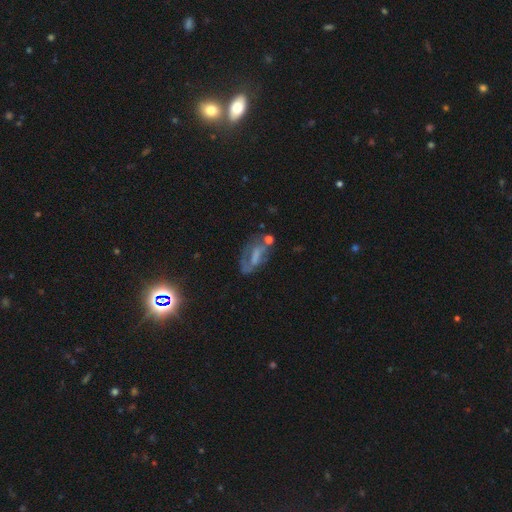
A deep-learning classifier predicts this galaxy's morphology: This appears to be a featured or disk galaxy (58%) with no bar (44%), spiral arms (53%) and no central bulge (46%). Merging: none (43%).